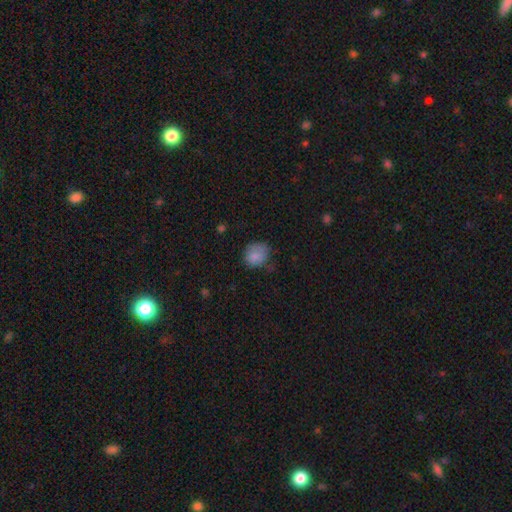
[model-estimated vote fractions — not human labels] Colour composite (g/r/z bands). It shows a smooth galaxy with no disk features (82%) that is round (64%). Merging: none (60%).